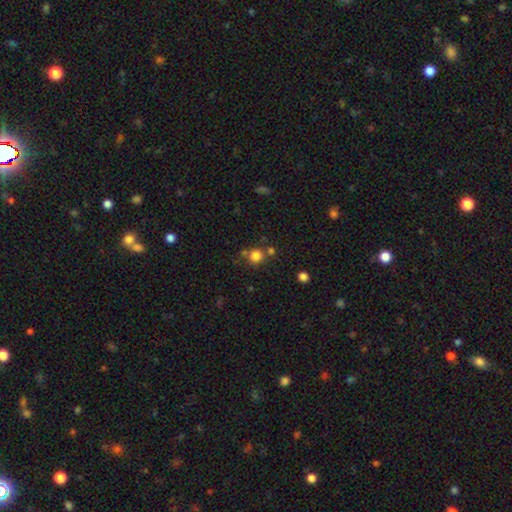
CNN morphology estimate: A smooth galaxy with no disk features (80%) that is round (89%).

Vote fractions:
- Smooth or featured? smooth: 80% / star or artifact: 14% / featured or disk: 6%
- How rounded? round: 89% / in between: 10% / cigar-shaped: 1%
- Merging? none: 68% / merger: 17% / minor disturbance: 11% / major disturbance: 4%